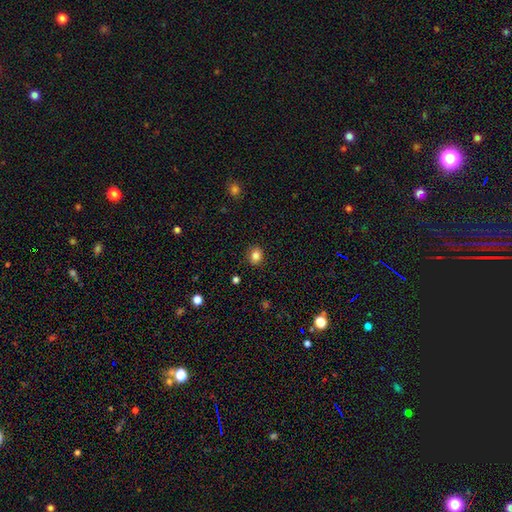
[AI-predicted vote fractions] Overall: smooth (83%). How rounded: round (63%; in between 36%). Merging: none (89%).